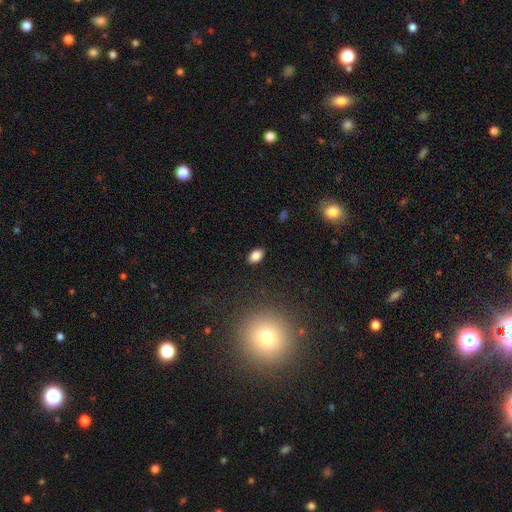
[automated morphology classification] The model was most divided on "smooth or featured": smooth: 85%, star or artifact: 10%, featured or disk: 6%. More confident: merging — none (88%); how rounded — in between (87%).